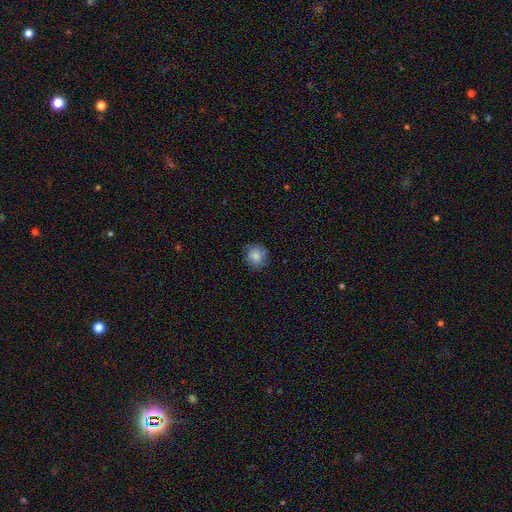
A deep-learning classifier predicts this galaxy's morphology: Smooth or featured? Predicted: smooth (p=0.85). How rounded? Predicted: round (p=0.90). Merging? Predicted: none (p=0.82).